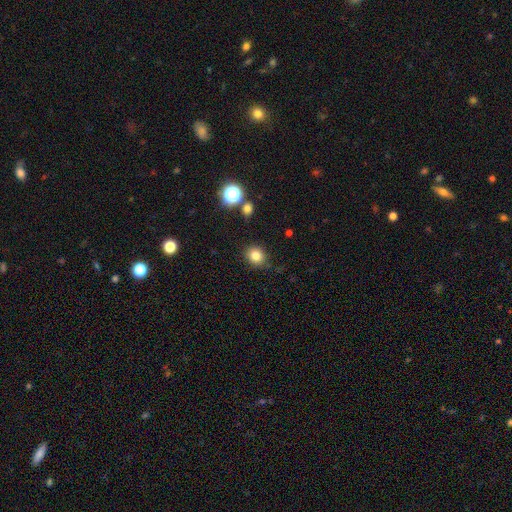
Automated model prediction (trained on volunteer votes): smooth_or_featured: smooth (p=0.81) [alt: star or artifact p=0.13]
how_rounded: round (p=0.79) [alt: in between p=0.20]
merging: none (p=0.85) [alt: minor disturbance p=0.10]